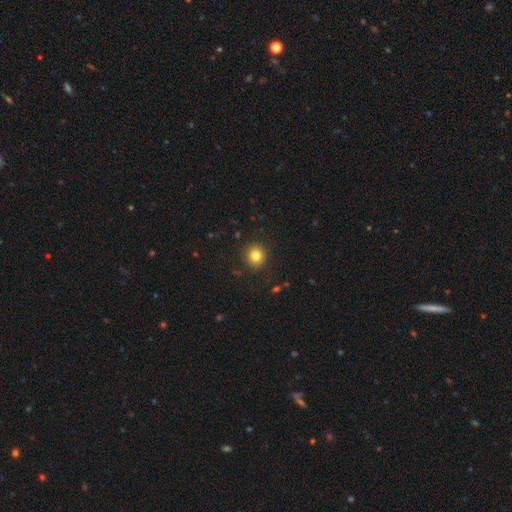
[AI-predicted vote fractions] smooth 81%, star or artifact 12%, featured or disk 7%. Down the decision tree: how rounded — round (89%); merging — none (90%).